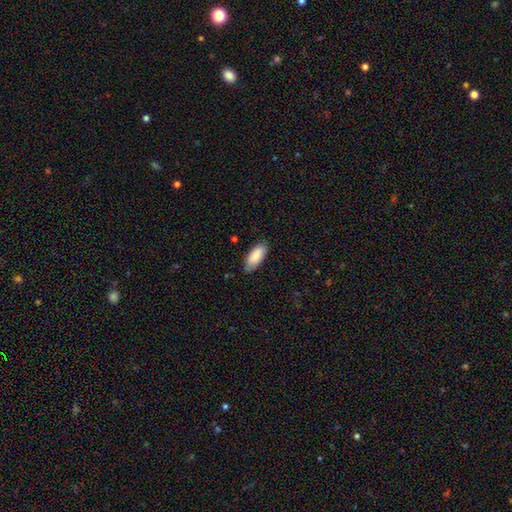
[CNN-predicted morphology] Overall: smooth (87%). How rounded: in between (87%). Merging: none (80%).